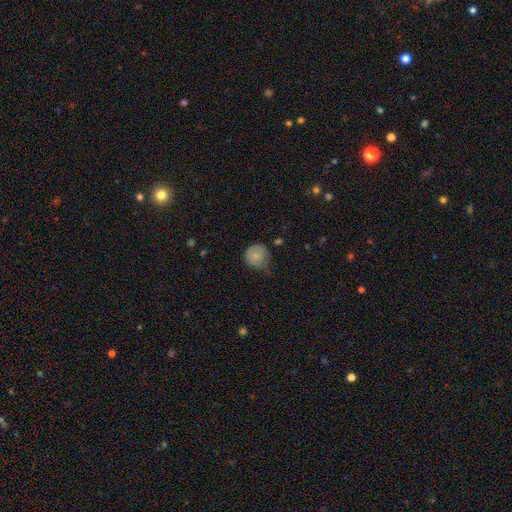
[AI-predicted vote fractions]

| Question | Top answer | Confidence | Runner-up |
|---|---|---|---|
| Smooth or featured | smooth | 80% | featured or disk (12%) |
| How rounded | round | 89% | in between (11%) |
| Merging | none | 49% | minor disturbance (38%) |